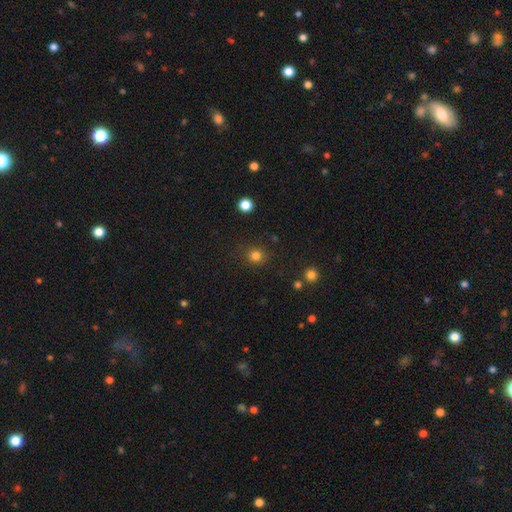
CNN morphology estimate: type=smooth (82%); roundness=round (89%); merging=none (87%).